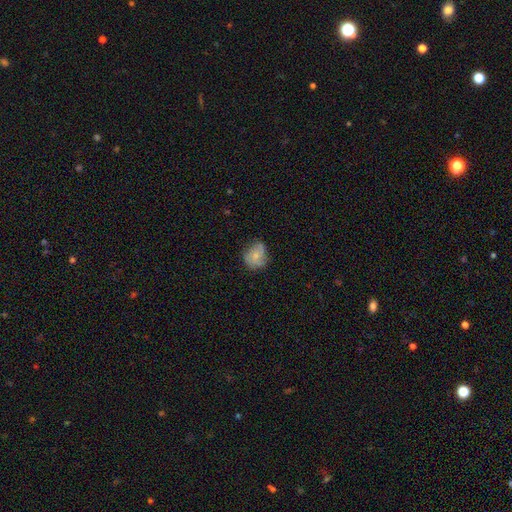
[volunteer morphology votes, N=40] Smooth or featured: smooth — 50% (featured or disk — 40%)
How rounded: round — 80% (in between — 20%)
Merging: none — 44% (minor disturbance — 39%)